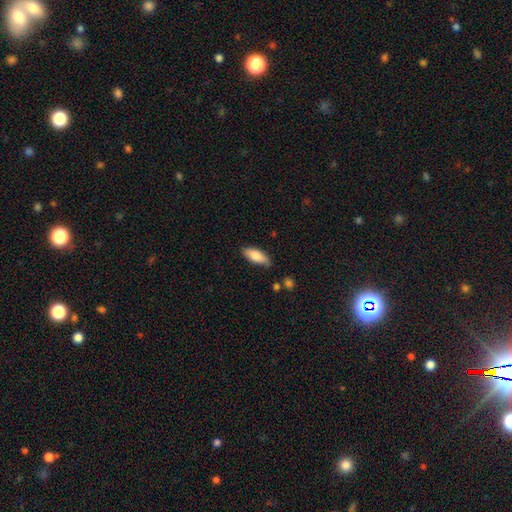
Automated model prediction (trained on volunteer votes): This appears to be a smooth galaxy with no disk features (80%) that is in between round and cigar-shaped (77%). Merging: none (78%).